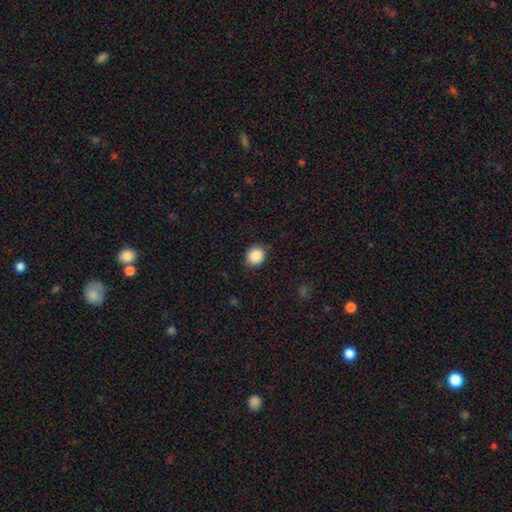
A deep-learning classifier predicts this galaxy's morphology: Smooth or featured: smooth — 88% (star or artifact — 9%)
How rounded: round — 71% (in between — 28%)
Merging: none — 86% (minor disturbance — 10%)